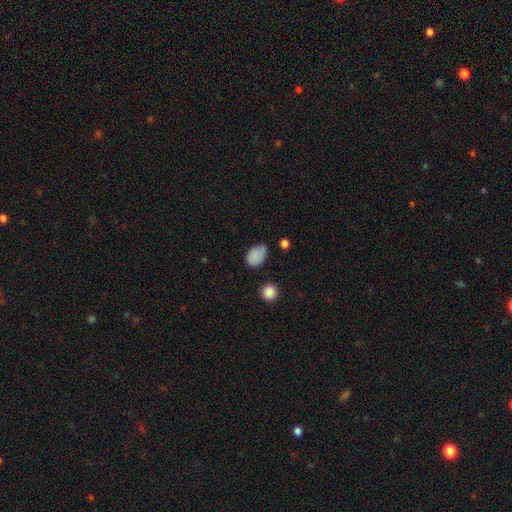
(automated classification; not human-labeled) Smooth or featured: smooth — 85% (star or artifact — 9%)
How rounded: in between — 82% (round — 17%)
Merging: none — 59% (minor disturbance — 31%)